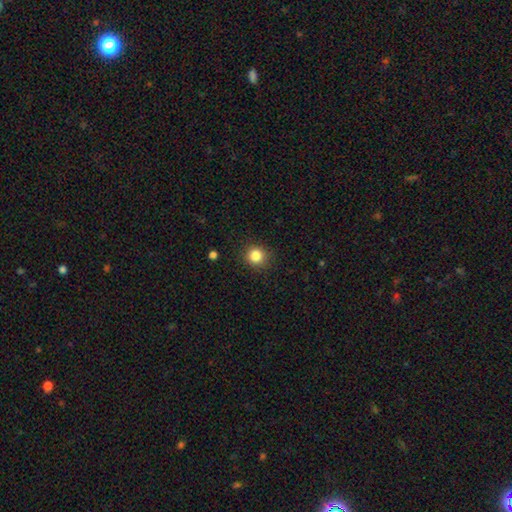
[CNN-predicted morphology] A smooth galaxy with no disk features (84%) that is round (91%).

Vote fractions:
- Smooth or featured? smooth: 84% / star or artifact: 11% / featured or disk: 5%
- How rounded? round: 91% / in between: 8% / cigar-shaped: 1%
- Merging? none: 89% / minor disturbance: 7% / major disturbance: 2% / merger: 1%